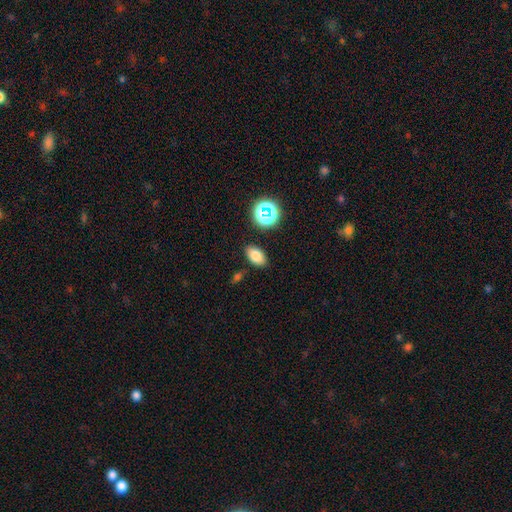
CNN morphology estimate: This is likely a smooth galaxy (78%). How rounded: clearly in between (89%). Merging: clearly none (85%).